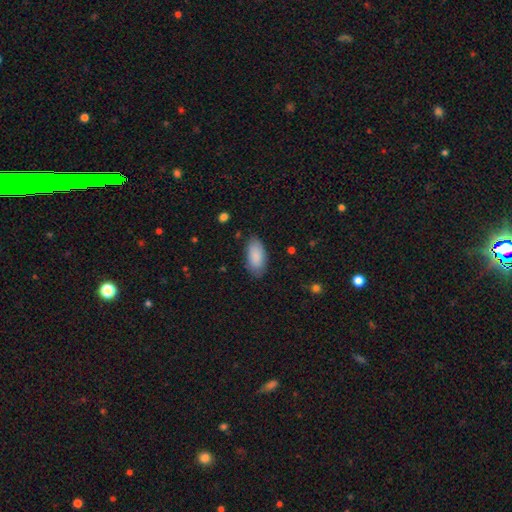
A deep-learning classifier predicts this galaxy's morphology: Overall: smooth (89%). How rounded: in between (93%). Merging: none (82%).